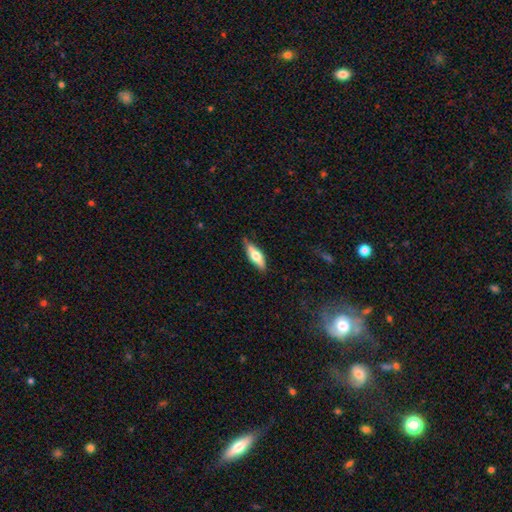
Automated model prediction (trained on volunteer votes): Smooth or featured? smooth (56%)
How rounded? in between (54%)
Merging? none (76%)